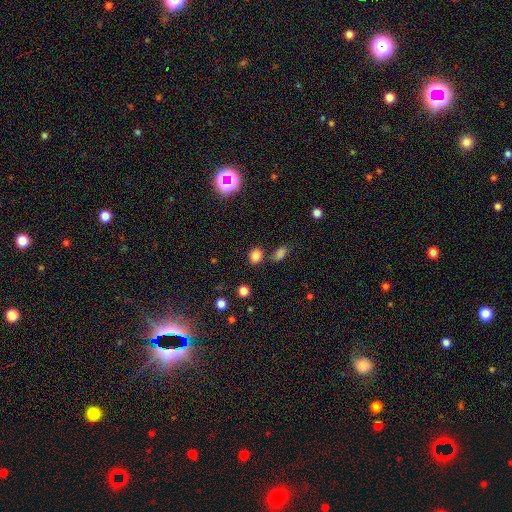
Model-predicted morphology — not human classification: Smooth or featured? Predicted: smooth (p=0.80). How rounded? Predicted: round (p=0.51). Merging? Predicted: none (p=0.75).